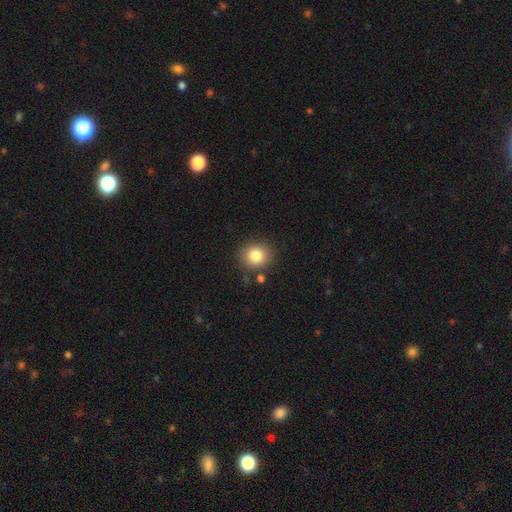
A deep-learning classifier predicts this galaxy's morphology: A smooth galaxy with no disk features (82%) that is round (84%). Merging: none (84%).